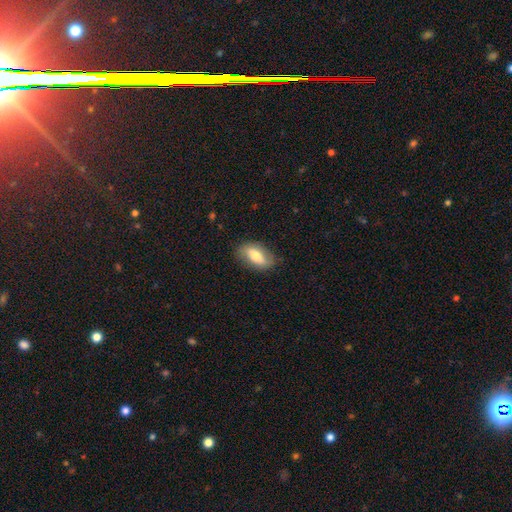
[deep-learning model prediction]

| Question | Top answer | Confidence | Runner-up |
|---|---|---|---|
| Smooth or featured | smooth | 65% | featured or disk (28%) |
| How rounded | in between | 89% | cigar-shaped (6%) |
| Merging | none | 79% | minor disturbance (16%) |